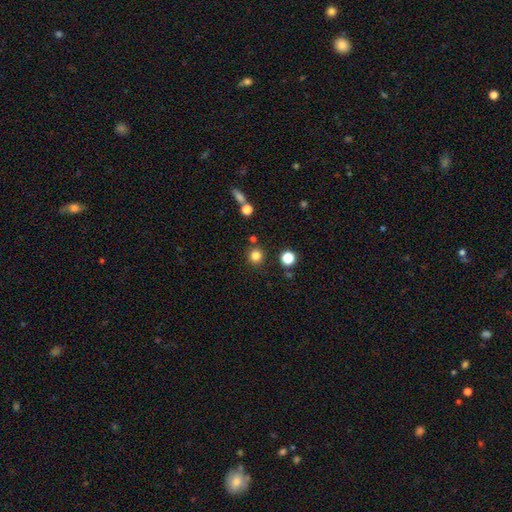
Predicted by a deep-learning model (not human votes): smooth 82%, star or artifact 14%, featured or disk 5%. Down the decision tree: how rounded — round (92%); merging — none (85%).